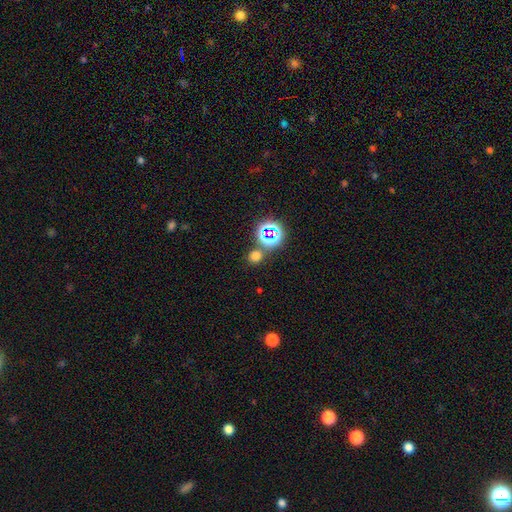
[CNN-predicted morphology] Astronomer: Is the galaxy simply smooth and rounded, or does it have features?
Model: smooth — 63%.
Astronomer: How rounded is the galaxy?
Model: round — 83%.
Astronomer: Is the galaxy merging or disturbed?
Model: none — 74%.